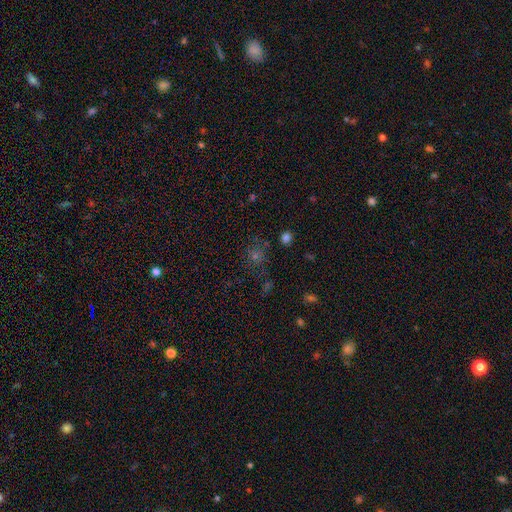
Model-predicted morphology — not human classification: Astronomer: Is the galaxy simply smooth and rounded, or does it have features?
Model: star or artifact — 45% (runner-up: smooth, 43%).